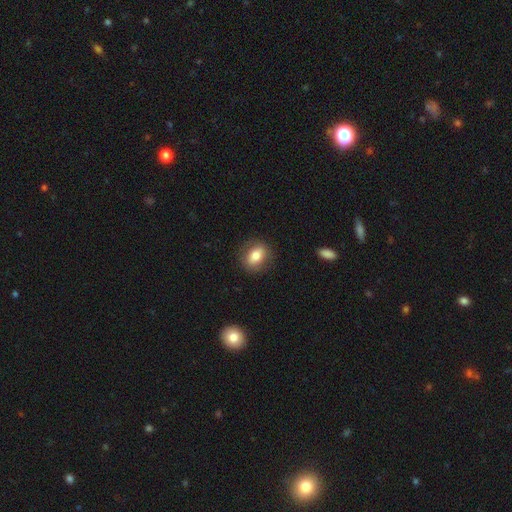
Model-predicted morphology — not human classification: A smooth galaxy with no disk features (76%) that is in between round and cigar-shaped (65%).

Vote fractions:
- Smooth or featured? smooth: 76% / featured or disk: 16% / star or artifact: 8%
- How rounded? in between: 65% / round: 32% / cigar-shaped: 2%
- Merging? none: 85% / minor disturbance: 11% / major disturbance: 3% / merger: 1%